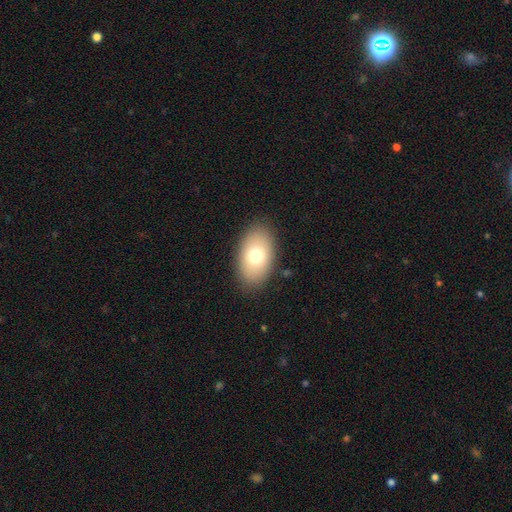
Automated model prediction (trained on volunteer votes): Smooth or featured? Predicted: smooth (p=0.73). How rounded? Predicted: in between (p=0.91). Merging? Predicted: none (p=0.86).